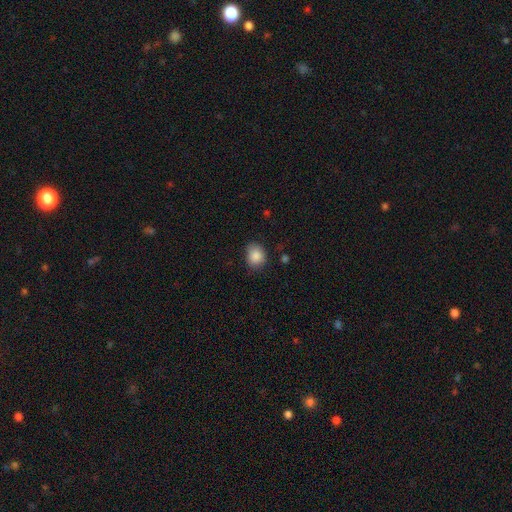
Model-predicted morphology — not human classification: smooth_or_featured: smooth (p=0.87) [alt: star or artifact p=0.09]
how_rounded: round (p=0.59) [alt: in between p=0.40]
merging: none (p=0.78) [alt: minor disturbance p=0.17]